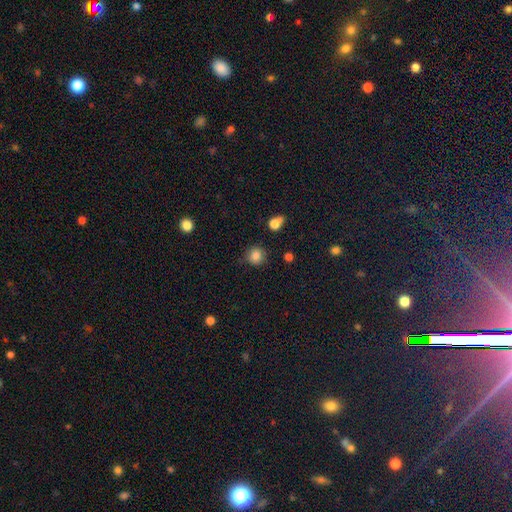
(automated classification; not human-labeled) Smooth or featured?
  - smooth: 84% *
  - star or artifact: 11%
  - featured or disk: 5%
How rounded?
  - round: 90% *
  - in between: 9%
  - cigar-shaped: 1%
Merging?
  - none: 84% *
  - minor disturbance: 11%
  - major disturbance: 3%
  - merger: 3%